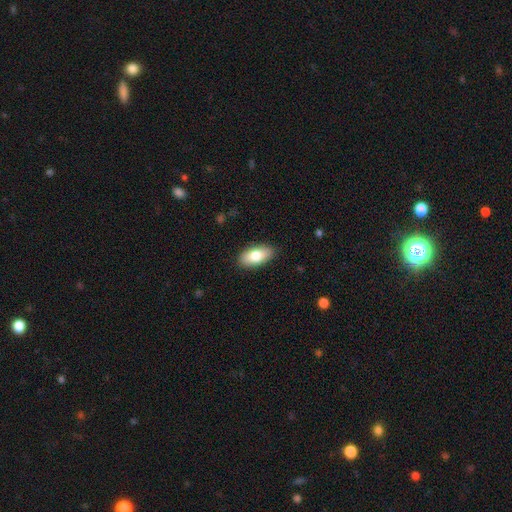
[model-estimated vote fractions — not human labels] Smooth or featured?
  - smooth: 80% *
  - featured or disk: 14%
  - star or artifact: 6%
How rounded?
  - in between: 91% *
  - cigar-shaped: 5%
  - round: 3%
Merging?
  - none: 87% *
  - minor disturbance: 10%
  - major disturbance: 2%
  - merger: 1%